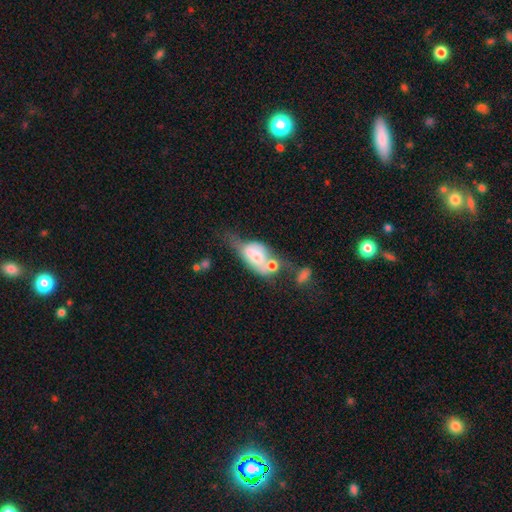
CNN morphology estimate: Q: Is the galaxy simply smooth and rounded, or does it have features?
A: smooth — 51%.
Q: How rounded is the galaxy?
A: in between — 79%.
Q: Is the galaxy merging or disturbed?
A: merger — 47%.